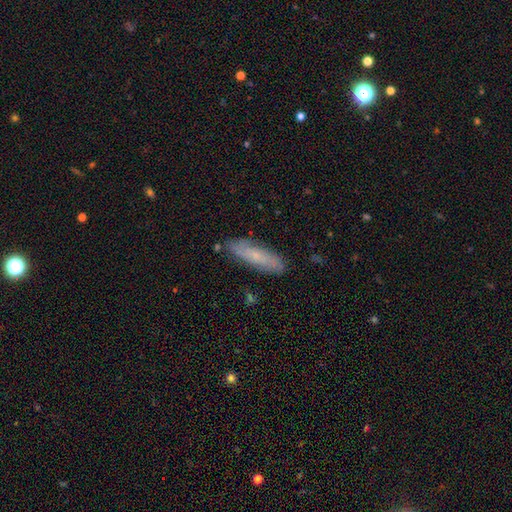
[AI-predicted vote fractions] Smooth or featured? Predicted: smooth (p=0.56). How rounded? Predicted: cigar-shaped (p=0.71). Merging? Predicted: none (p=0.83).